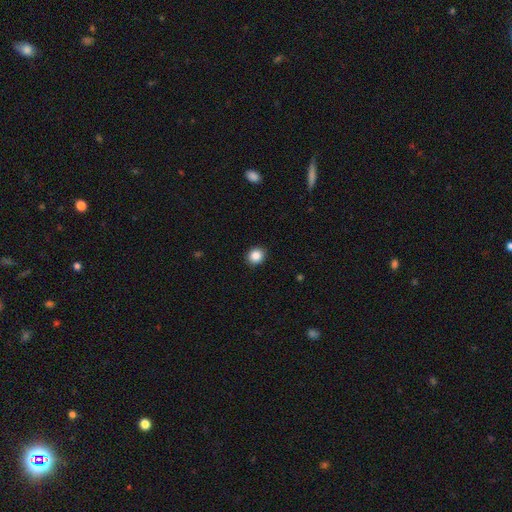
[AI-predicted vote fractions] Smooth or featured?
  - smooth: 87% *
  - star or artifact: 10%
  - featured or disk: 4%
How rounded?
  - round: 79% *
  - in between: 21%
  - cigar-shaped: 1%
Merging?
  - none: 91% *
  - minor disturbance: 6%
  - major disturbance: 2%
  - merger: 1%